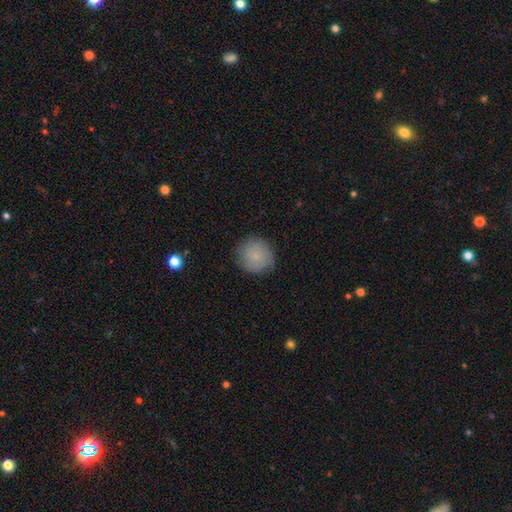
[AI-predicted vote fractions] Smooth or featured? Predicted: smooth (p=0.80). How rounded? Predicted: round (p=0.92). Merging? Predicted: none (p=0.84).